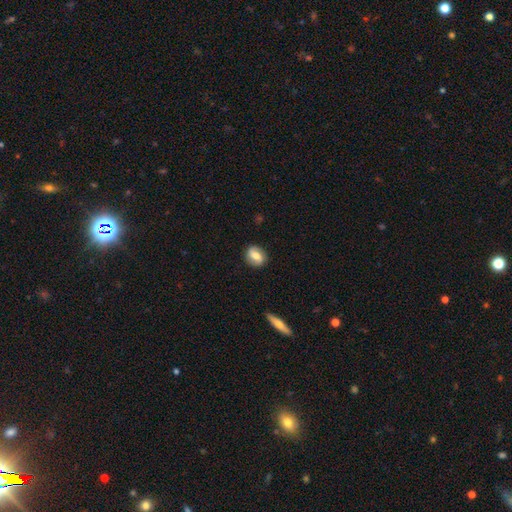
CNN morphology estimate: Smooth or featured: smooth — 53% (featured or disk — 40%)
How rounded: round — 49% (tied with in between — 49%)
Merging: none — 85% (minor disturbance — 11%)